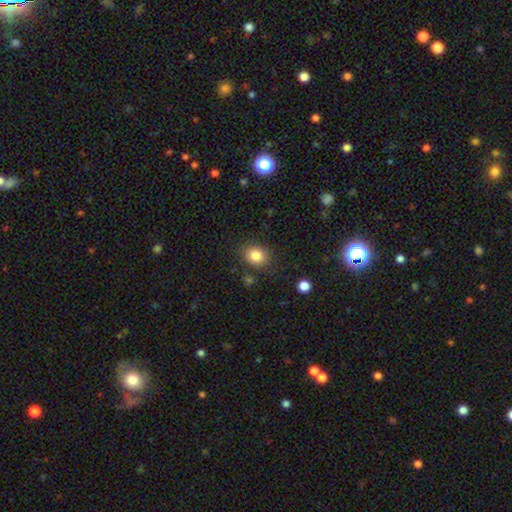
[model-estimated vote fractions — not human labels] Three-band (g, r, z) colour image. It shows a smooth galaxy with no disk features (84%) that is round (55%). Merging: none (81%).